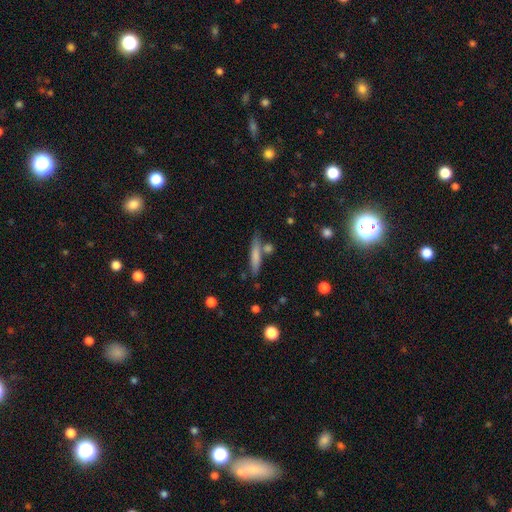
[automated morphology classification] smooth 73%, featured or disk 20%, star or artifact 6%. Down the decision tree: how rounded — cigar-shaped (87%); merging — none (72%).